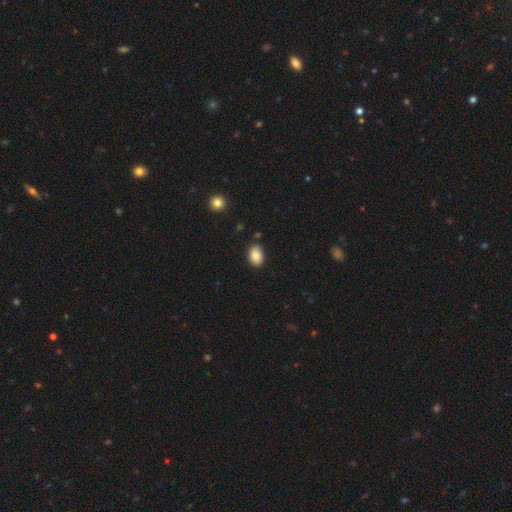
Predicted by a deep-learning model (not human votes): Smooth or featured? smooth (88%)
How rounded? in between (87%)
Merging? none (84%)